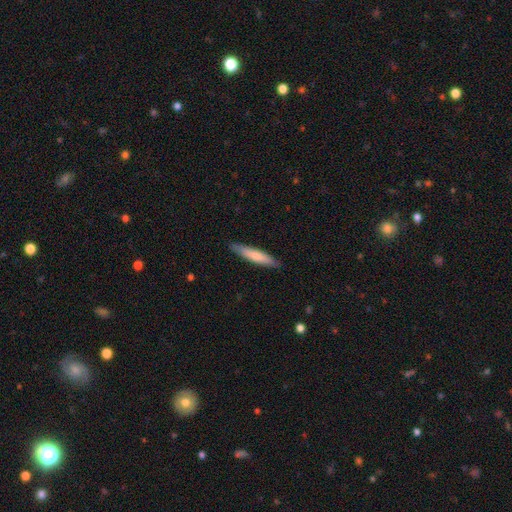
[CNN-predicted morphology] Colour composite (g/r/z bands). It shows a smooth galaxy with no disk features (70%) that is cigar-shaped (89%). Merging: none (88%).